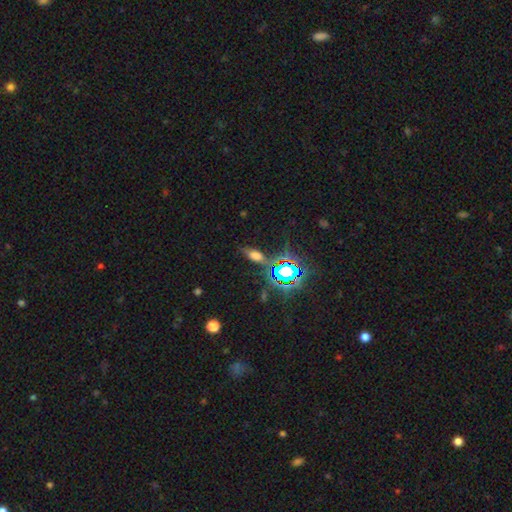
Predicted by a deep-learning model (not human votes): The model was most divided on "smooth or featured": smooth: 45%, star or artifact: 35%, featured or disk: 21%. More confident: merging — none (75%).